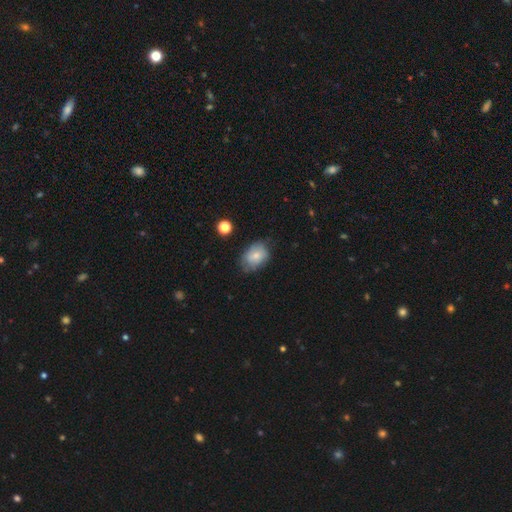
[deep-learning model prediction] This appears to be a smooth galaxy with no disk features (68%) that is in between round and cigar-shaped (77%). Merging: none (64%).